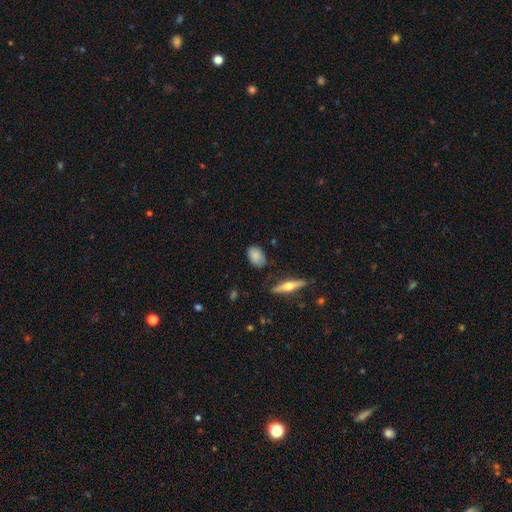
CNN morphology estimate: Smooth or featured? smooth (79%)
How rounded? in between (85%)
Merging? none (73%)